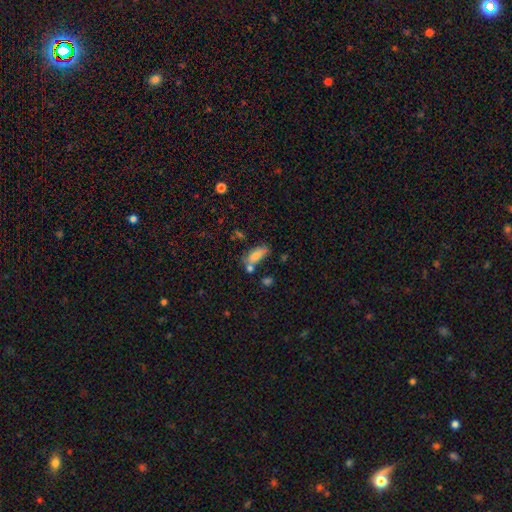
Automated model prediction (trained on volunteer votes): This appears to be a smooth galaxy with no disk features (73%) that is in between round and cigar-shaped (76%). Merging: none (51%).